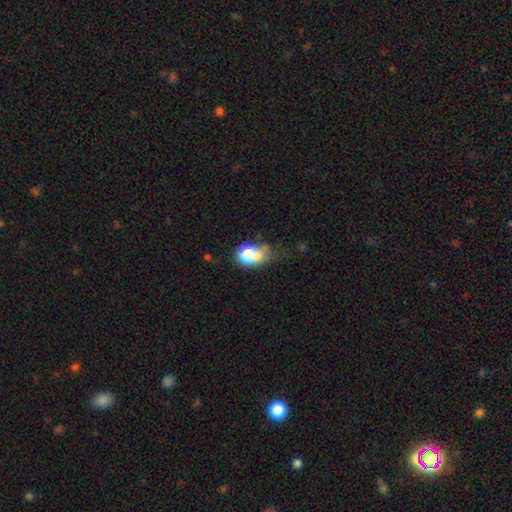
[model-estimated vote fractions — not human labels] smooth-or-featured: smooth: 66% | featured or disk: 23% | star or artifact: 12%
  how-rounded: in between: 52% | round: 46% | cigar-shaped: 1%
  merging: merger: 38% | none: 24% | major disturbance: 20% | minor disturbance: 18%